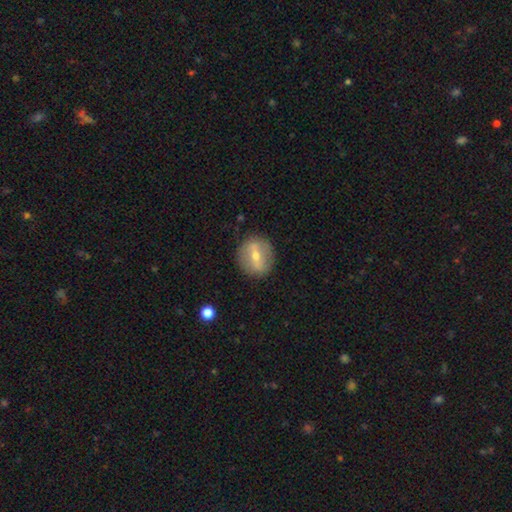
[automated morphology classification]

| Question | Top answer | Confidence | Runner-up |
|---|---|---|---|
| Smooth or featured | featured or disk | 53% | smooth (39%) |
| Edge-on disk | no | 82% | yes (18%) |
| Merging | none | 87% | minor disturbance (9%) |